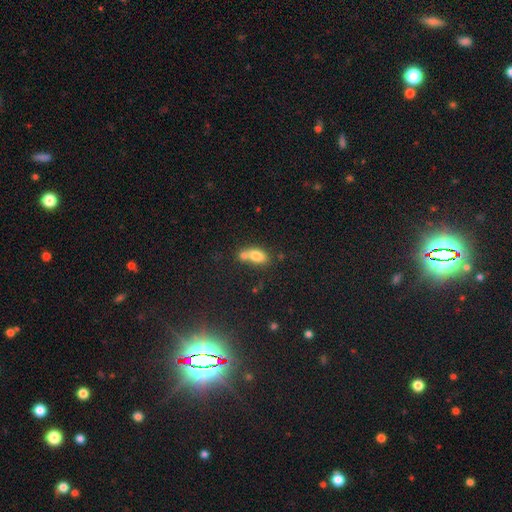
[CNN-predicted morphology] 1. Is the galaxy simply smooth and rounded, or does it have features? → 77% smooth, 13% featured or disk, 10% star or artifact.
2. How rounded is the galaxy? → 84% in between, 10% round, 6% cigar-shaped.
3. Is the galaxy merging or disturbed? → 50% merger, 34% none, 12% minor disturbance, 5% major disturbance.